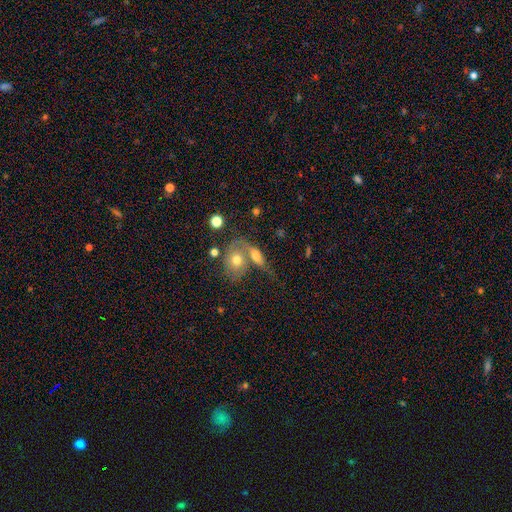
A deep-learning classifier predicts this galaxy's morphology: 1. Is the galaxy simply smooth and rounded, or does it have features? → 56% smooth, 35% featured or disk, 9% star or artifact.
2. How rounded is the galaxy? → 72% in between, 14% round, 13% cigar-shaped.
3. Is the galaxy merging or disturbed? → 54% merger, 27% none, 11% minor disturbance, 8% major disturbance.